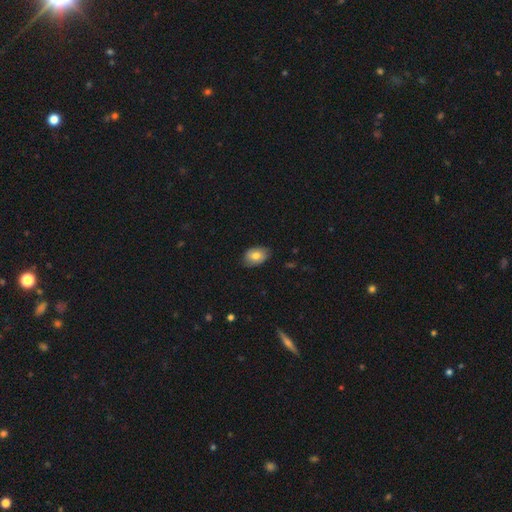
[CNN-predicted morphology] smooth_or_featured: smooth (p=0.74) [alt: featured or disk p=0.19]
how_rounded: in between (p=0.86) [alt: round p=0.13]
merging: none (p=0.78) [alt: minor disturbance p=0.18]